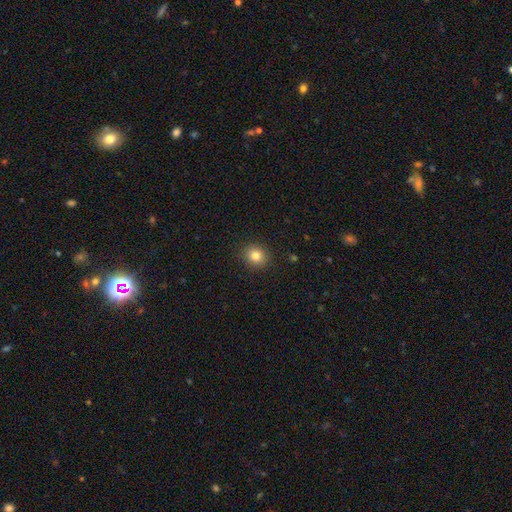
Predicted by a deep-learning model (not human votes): Smooth or featured? smooth (82%)
How rounded? round (74%)
Merging? none (90%)